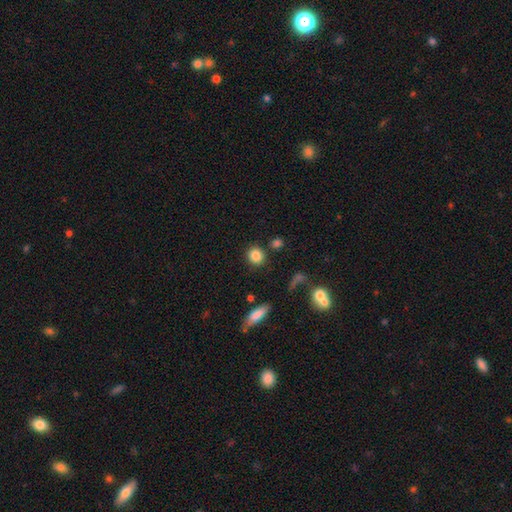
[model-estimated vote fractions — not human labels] Morphology: type=smooth (86%); roundness=round (79%); merging=none (82%).